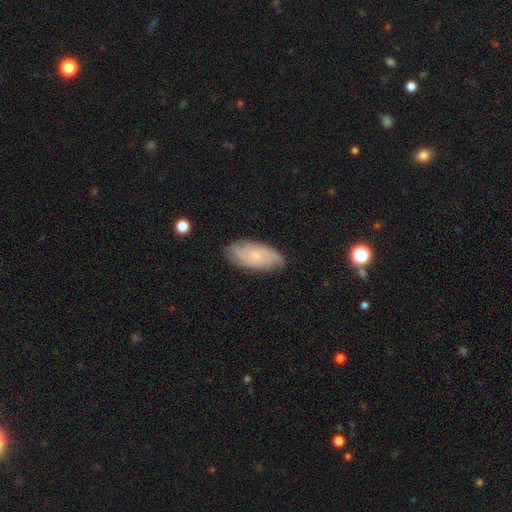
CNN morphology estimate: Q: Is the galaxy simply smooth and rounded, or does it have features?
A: featured or disk — 57%.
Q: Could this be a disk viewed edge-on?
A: no — 93%.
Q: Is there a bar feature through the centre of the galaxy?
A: no — 73%.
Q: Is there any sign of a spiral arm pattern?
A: yes — 90%.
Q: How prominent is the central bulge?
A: small — 67%.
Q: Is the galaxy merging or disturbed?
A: none — 78%.